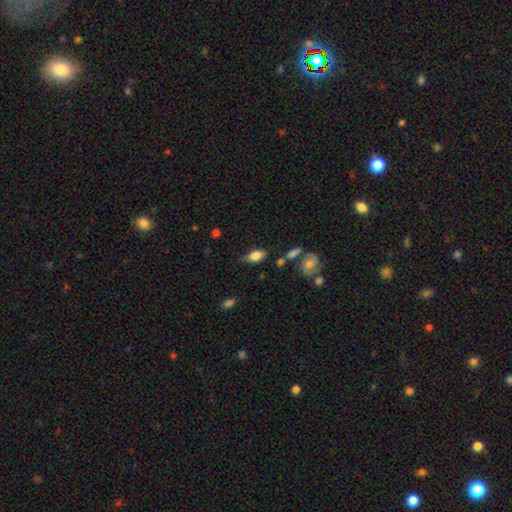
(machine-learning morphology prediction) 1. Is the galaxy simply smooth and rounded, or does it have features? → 78% smooth, 14% featured or disk, 8% star or artifact.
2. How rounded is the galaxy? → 88% in between, 6% cigar-shaped, 6% round.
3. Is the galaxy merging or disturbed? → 64% none, 25% minor disturbance, 6% major disturbance, 5% merger.